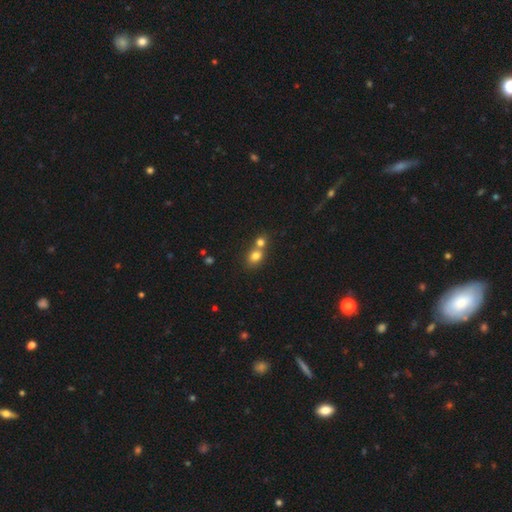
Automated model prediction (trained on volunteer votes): This appears to be a smooth galaxy with no disk features (78%) that is round (56%). Merging: merger (57%).